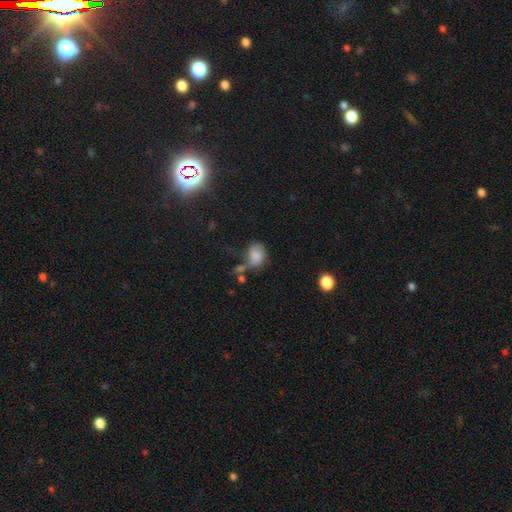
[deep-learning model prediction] A smooth galaxy with no disk features (77%) that is in between round and cigar-shaped (67%). Merging: none (37%).